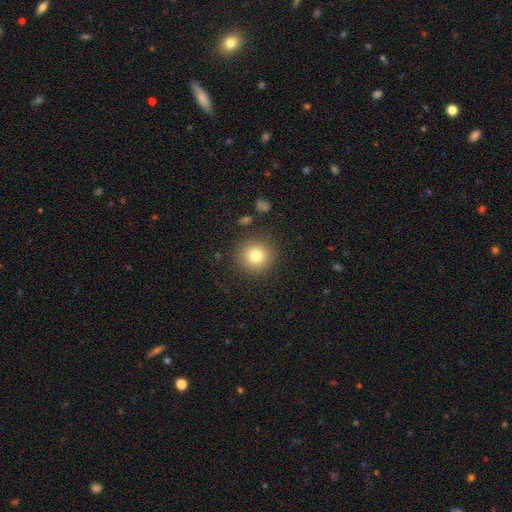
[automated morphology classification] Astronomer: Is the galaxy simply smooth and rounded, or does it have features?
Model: smooth — 80%.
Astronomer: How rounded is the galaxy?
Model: round — 93%.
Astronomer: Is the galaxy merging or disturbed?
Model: none — 88%.